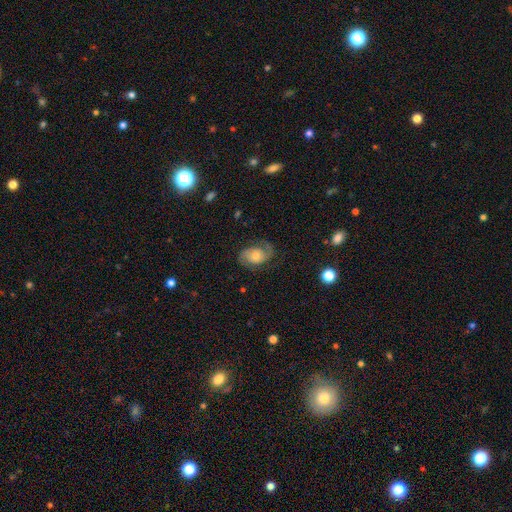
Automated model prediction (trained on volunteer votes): This is likely a featured or disk galaxy (73%). It is clearly not viewed edge-on (97%). Bar: likely no (70%). Spiral arm pattern: clearly yes (93%). Spiral arm count: clearly 2 (84%). Spiral winding: possibly medium (47%). Central bulge: possibly moderate (55%). Merging: likely none (73%).